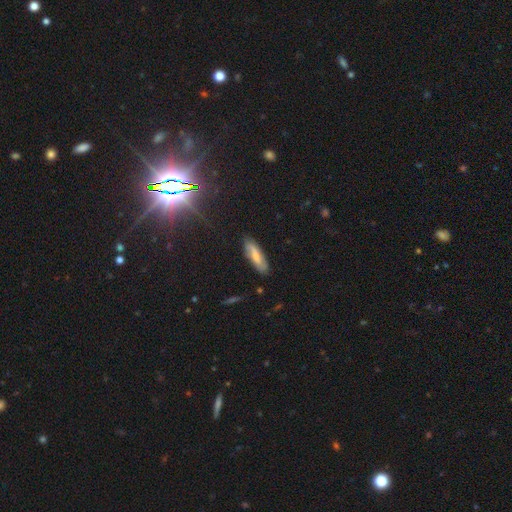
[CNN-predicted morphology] Smooth or featured: smooth — 57% (featured or disk — 35%)
How rounded: cigar-shaped — 54% (in between — 44%)
Merging: none — 81% (minor disturbance — 15%)